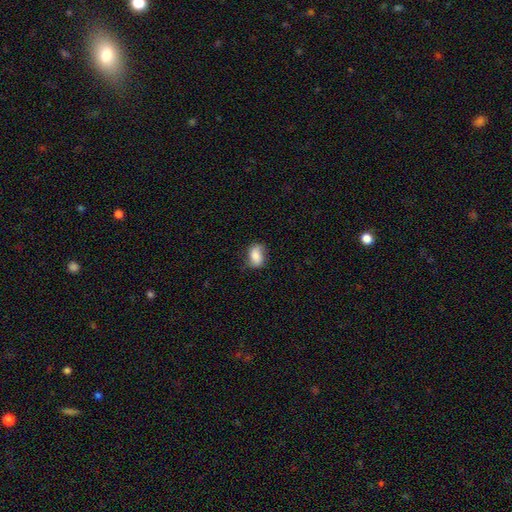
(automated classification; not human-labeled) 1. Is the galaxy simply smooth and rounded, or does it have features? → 73% smooth, 19% featured or disk, 8% star or artifact.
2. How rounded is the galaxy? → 82% in between, 16% round, 2% cigar-shaped.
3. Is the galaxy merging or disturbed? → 70% none, 22% minor disturbance, 6% major disturbance, 1% merger.